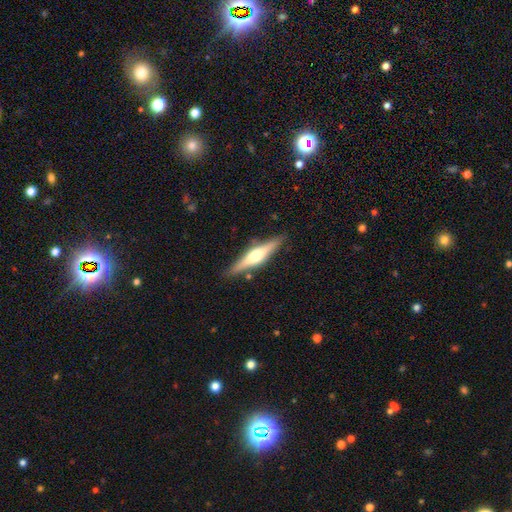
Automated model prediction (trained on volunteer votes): Overall: featured or disk (67%). Edge-on disk: yes (97%). Edge-on bulge: rounded (92%). Merging: none (86%).